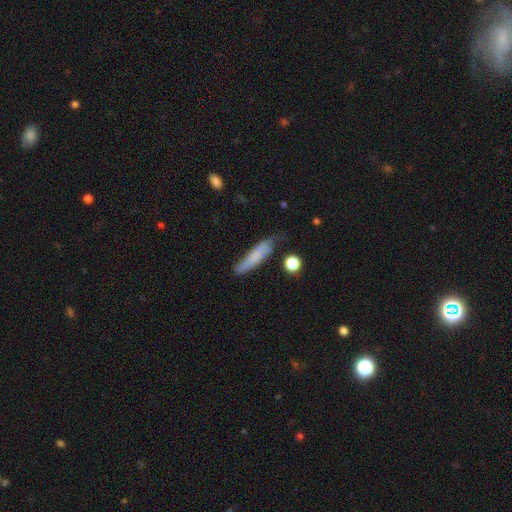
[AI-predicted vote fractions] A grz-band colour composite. It shows a smooth galaxy with no disk features (67%) that is cigar-shaped (81%). Merging: none (54%).